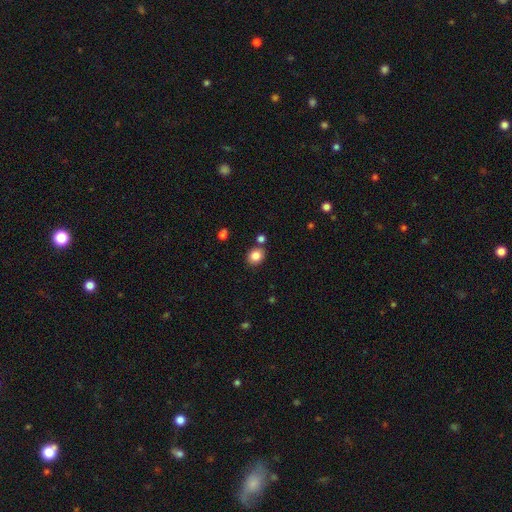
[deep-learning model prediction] A smooth galaxy with no disk features (84%) that is round (57%).

Vote fractions:
- Smooth or featured? smooth: 84% / star or artifact: 10% / featured or disk: 6%
- How rounded? round: 57% / in between: 42% / cigar-shaped: 1%
- Merging? none: 78% / minor disturbance: 10% / merger: 9% / major disturbance: 3%